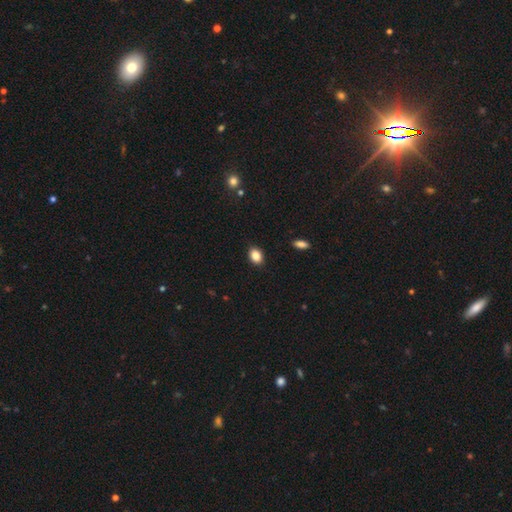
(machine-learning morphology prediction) The model was most divided on "how rounded": in between: 73%, round: 25%, cigar-shaped: 1%. More confident: merging — none (88%); smooth or featured — smooth (86%).